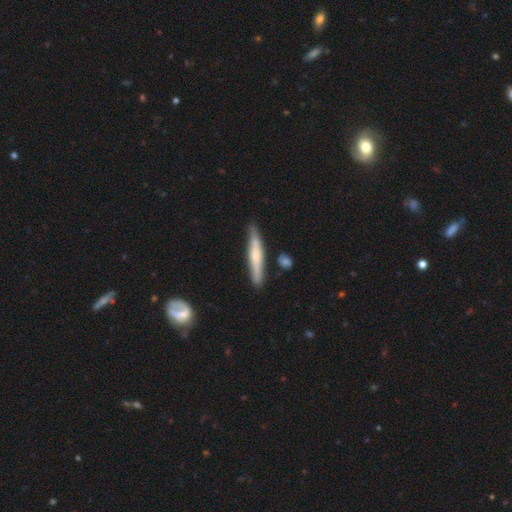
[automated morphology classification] featured or disk 48%, smooth 46%, star or artifact 5%. Down the decision tree: merging — none (81%).